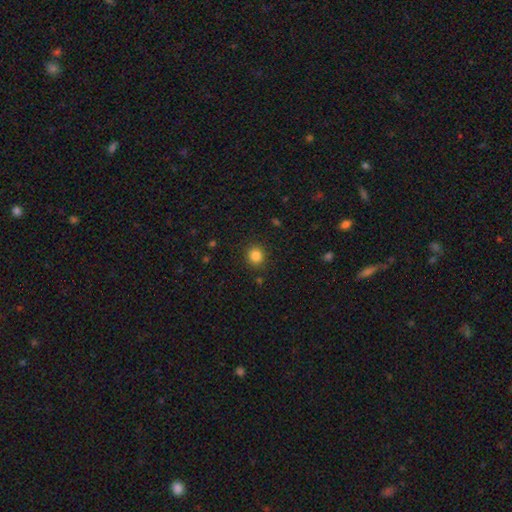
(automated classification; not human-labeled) Q: Smooth or featured?
A: smooth (84%); runner-up: star or artifact (11%)
Q: How rounded?
A: round (87%); runner-up: in between (12%)
Q: Merging?
A: none (90%); runner-up: minor disturbance (7%)